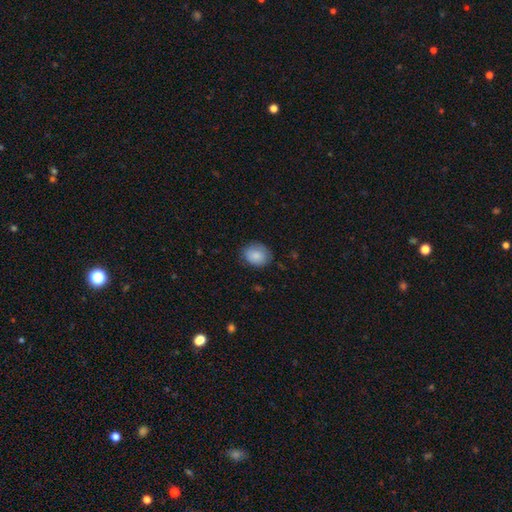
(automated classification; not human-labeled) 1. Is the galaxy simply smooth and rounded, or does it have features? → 87% smooth, 7% star or artifact, 6% featured or disk.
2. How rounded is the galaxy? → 53% round, 46% in between, 1% cigar-shaped.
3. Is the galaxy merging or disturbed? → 79% none, 16% minor disturbance, 3% major disturbance, 1% merger.